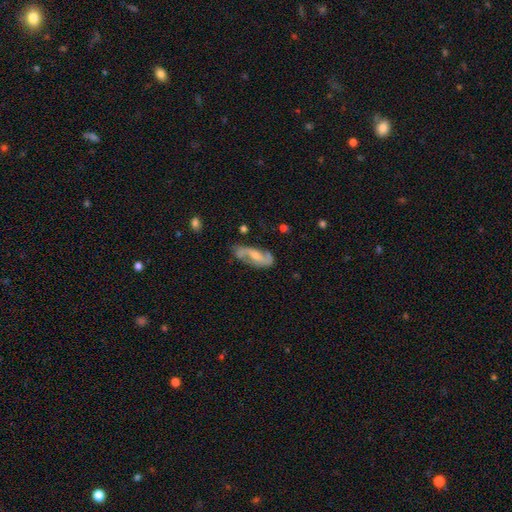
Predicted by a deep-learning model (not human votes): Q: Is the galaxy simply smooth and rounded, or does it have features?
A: featured or disk — 75%.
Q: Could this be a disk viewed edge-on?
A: no — 90%.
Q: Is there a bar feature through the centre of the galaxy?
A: weak — 40%.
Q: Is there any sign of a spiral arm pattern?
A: yes — 92%.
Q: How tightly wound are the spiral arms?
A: loose — 45%.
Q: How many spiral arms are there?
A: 2 — 89%.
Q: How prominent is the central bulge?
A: moderate — 45%, tied with small.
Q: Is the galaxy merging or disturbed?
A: none — 70%.